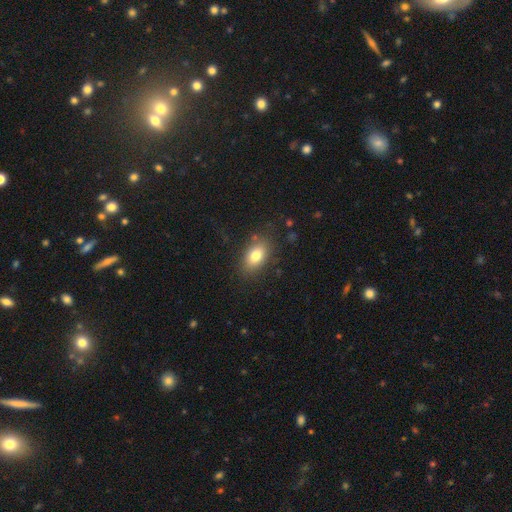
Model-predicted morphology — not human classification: Smooth or featured: smooth — 78% (featured or disk — 13%)
How rounded: in between — 86% (round — 11%)
Merging: none — 82% (minor disturbance — 12%)